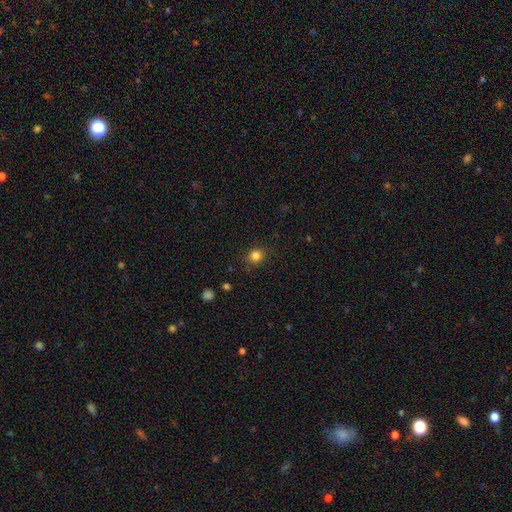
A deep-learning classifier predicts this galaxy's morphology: Smooth or featured: smooth — 84% (star or artifact — 12%)
How rounded: round — 83% (in between — 16%)
Merging: none — 87% (minor disturbance — 9%)